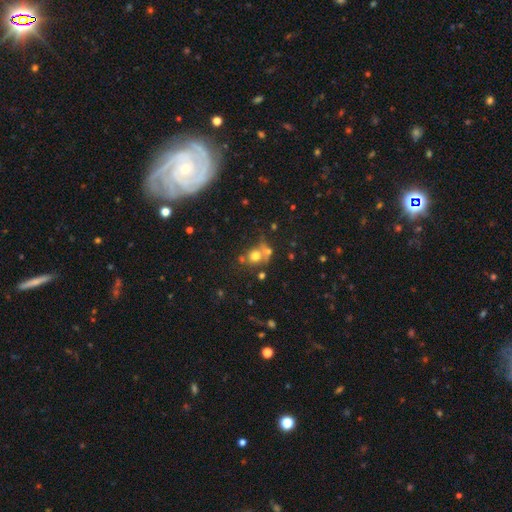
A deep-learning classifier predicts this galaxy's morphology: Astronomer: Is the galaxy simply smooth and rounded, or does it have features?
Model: smooth — 66%.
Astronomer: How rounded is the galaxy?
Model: round — 79%.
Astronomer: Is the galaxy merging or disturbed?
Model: none — 45% (runner-up: merger, 36%).